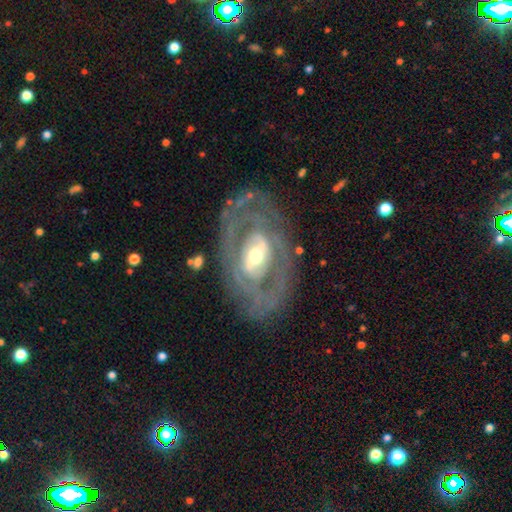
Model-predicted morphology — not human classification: Q: Smooth or featured?
A: featured or disk (84%); runner-up: smooth (11%)
Q: Edge-on disk?
A: no (94%); runner-up: yes (6%)
Q: Bar?
A: strong (43%); runner-up: weak (35%)
Q: Spiral arms?
A: yes (72%); runner-up: no (28%)
Q: Spiral winding?
A: tight (56%); runner-up: medium (31%)
Q: Spiral arm count?
A: 2 (46%); runner-up: can't tell (35%)
Q: Bulge size?
A: moderate (60%); runner-up: small (27%)
Q: Merging?
A: none (71%); runner-up: minor disturbance (16%)